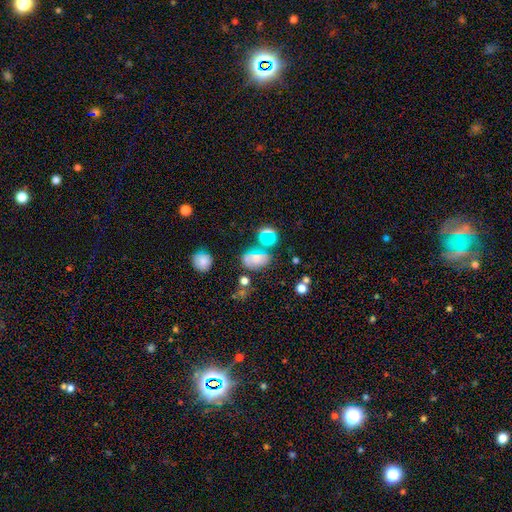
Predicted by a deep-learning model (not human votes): Smooth or featured? smooth (46%)
Merging? none (56%)